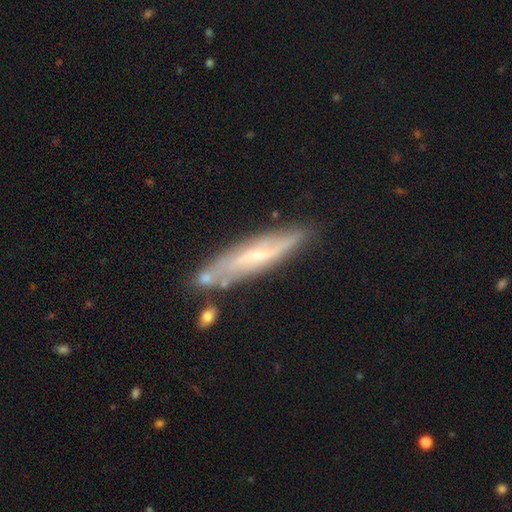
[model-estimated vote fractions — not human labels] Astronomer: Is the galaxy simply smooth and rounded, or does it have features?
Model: featured or disk — 65%.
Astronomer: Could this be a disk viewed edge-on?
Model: yes — 63%.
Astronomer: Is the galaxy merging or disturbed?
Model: none — 72%.